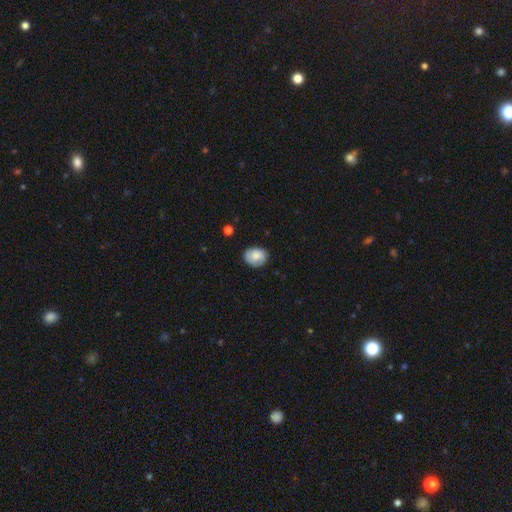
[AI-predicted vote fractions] Morphology: type=smooth (77%); roundness=round (58%); merging=none (78%).